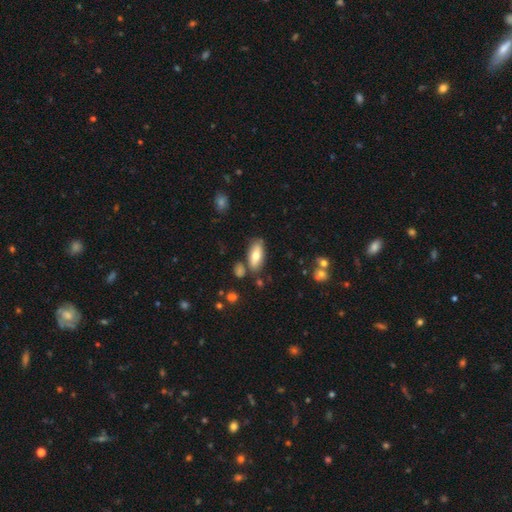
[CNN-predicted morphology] A smooth galaxy with no disk features (73%) that is in between round and cigar-shaped (84%). Merging: none (76%).